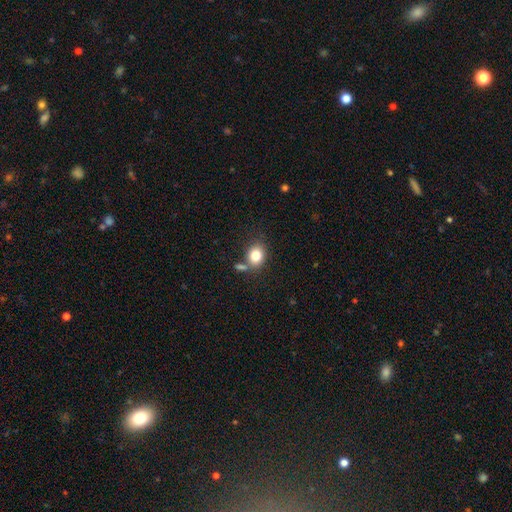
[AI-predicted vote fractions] Overall: smooth (81%). How rounded: round (56%; in between 43%). Merging: none (64%).